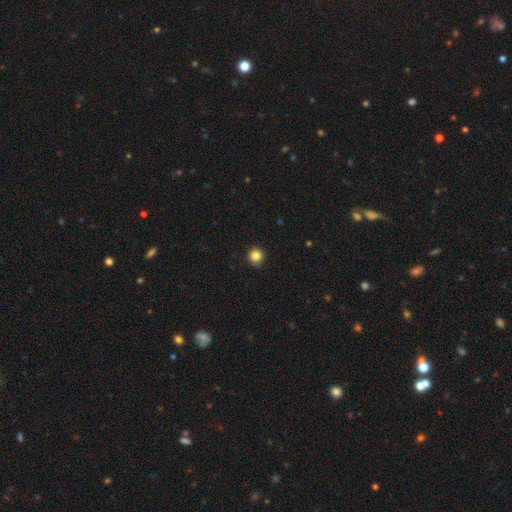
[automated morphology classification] Smooth or featured: smooth — 84% (star or artifact — 11%)
How rounded: round — 94% (in between — 5%)
Merging: none — 86% (minor disturbance — 11%)